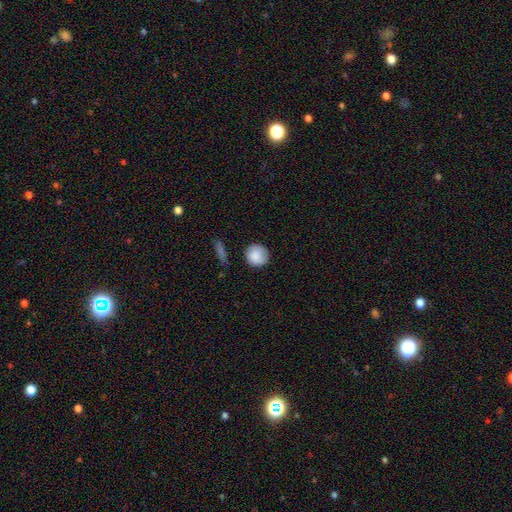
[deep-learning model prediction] Overall: smooth (85%). How rounded: round (90%). Merging: none (78%).